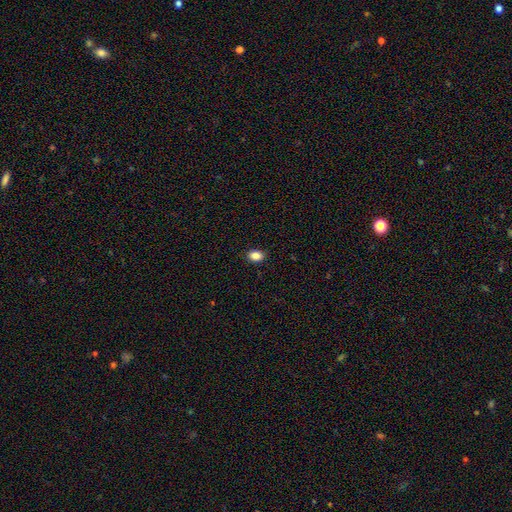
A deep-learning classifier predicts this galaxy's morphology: type=smooth (86%); roundness=in between (76%); merging=none (89%).